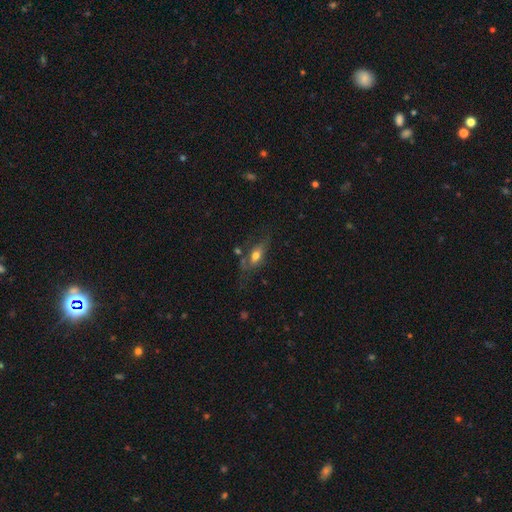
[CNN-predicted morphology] Q: Smooth or featured?
A: smooth (59%); runner-up: featured or disk (33%)
Q: How rounded?
A: in between (76%); runner-up: cigar-shaped (16%)
Q: Merging?
A: none (54%); runner-up: minor disturbance (25%)